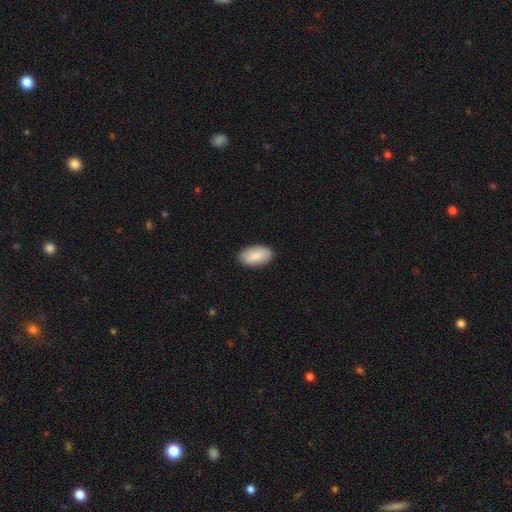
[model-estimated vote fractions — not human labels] Morphology: type=smooth (88%); roundness=in between (95%); merging=none (88%).